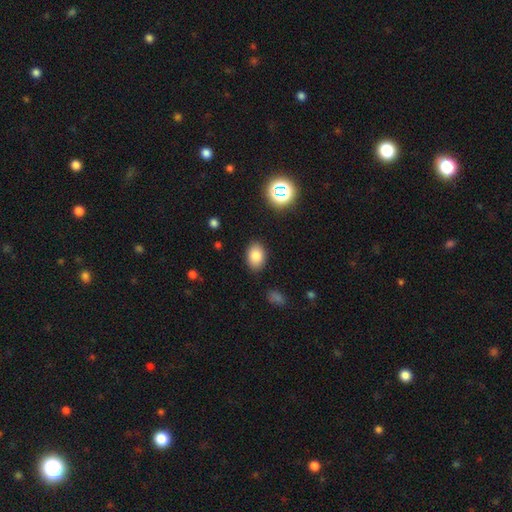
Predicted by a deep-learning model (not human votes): Q: Smooth or featured?
A: smooth (82%); runner-up: star or artifact (10%)
Q: How rounded?
A: in between (82%); runner-up: round (17%)
Q: Merging?
A: none (86%); runner-up: minor disturbance (9%)